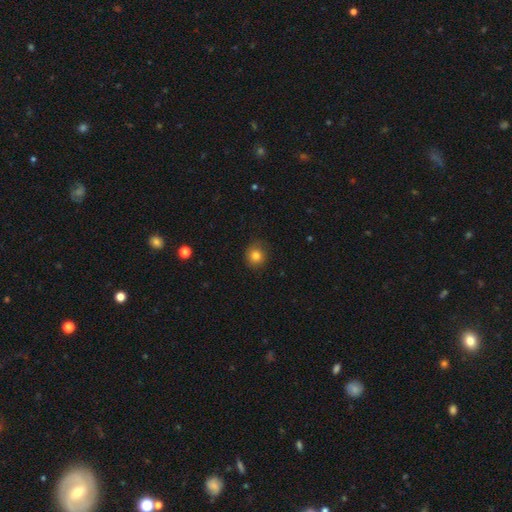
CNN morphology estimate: Smooth or featured? smooth (81%)
How rounded? round (86%)
Merging? none (83%)